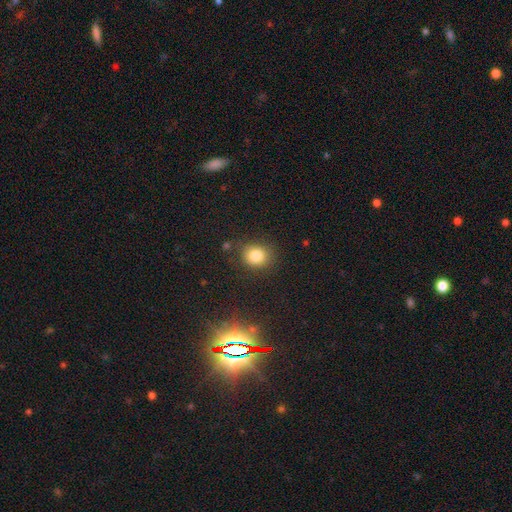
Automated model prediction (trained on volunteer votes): The model was most divided on "how rounded": round: 72%, in between: 28%, cigar-shaped: 1%. More confident: smooth or featured — smooth (82%); merging — none (82%).